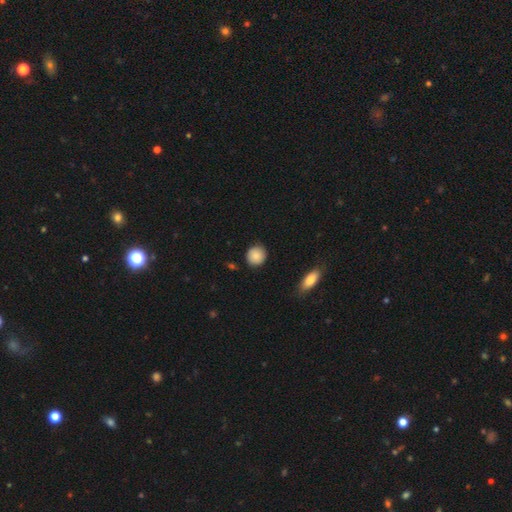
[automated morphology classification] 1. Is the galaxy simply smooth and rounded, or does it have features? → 87% smooth, 7% star or artifact, 6% featured or disk.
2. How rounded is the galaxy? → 89% round, 10% in between, 1% cigar-shaped.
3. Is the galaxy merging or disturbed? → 88% none, 9% minor disturbance, 2% major disturbance, 1% merger.